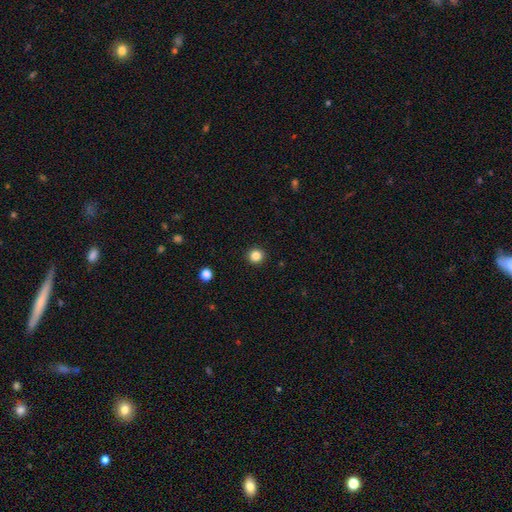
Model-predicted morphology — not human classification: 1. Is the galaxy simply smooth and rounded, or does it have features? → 85% smooth, 12% star or artifact, 4% featured or disk.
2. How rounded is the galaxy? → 94% round, 5% in between, 1% cigar-shaped.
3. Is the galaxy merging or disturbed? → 93% none, 4% minor disturbance, 2% major disturbance, 1% merger.